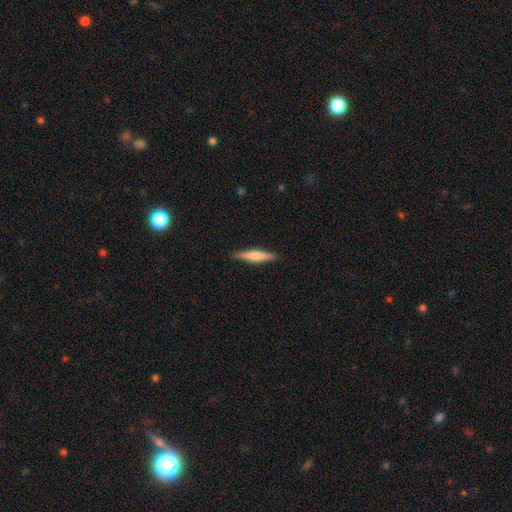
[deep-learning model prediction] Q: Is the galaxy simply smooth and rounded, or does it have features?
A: smooth — 52%.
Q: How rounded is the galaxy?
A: cigar-shaped — 88%.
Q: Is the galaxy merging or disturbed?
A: none — 91%.